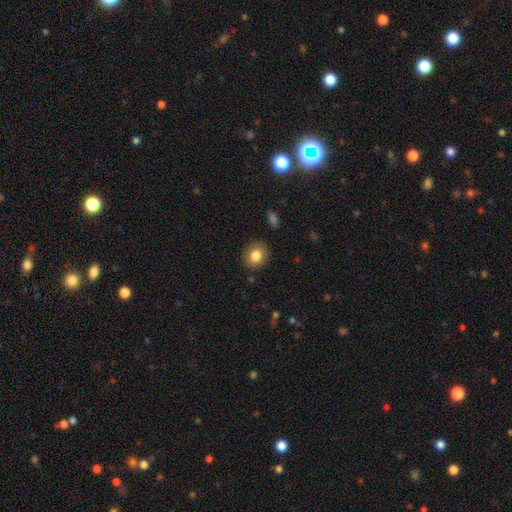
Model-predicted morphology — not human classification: A smooth galaxy with no disk features (83%) that is round (71%). Merging: none (88%).